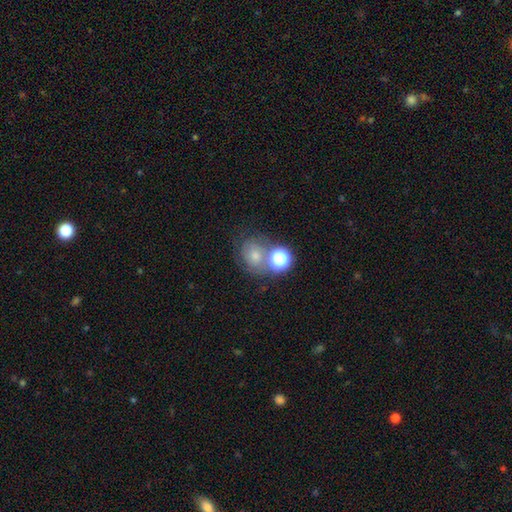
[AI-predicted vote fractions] smooth-or-featured: smooth: 50% | star or artifact: 27% | featured or disk: 23%
  how-rounded: round: 72% | in between: 27% | cigar-shaped: 1%
  merging: none: 52% | merger: 26% | minor disturbance: 14% | major disturbance: 9%